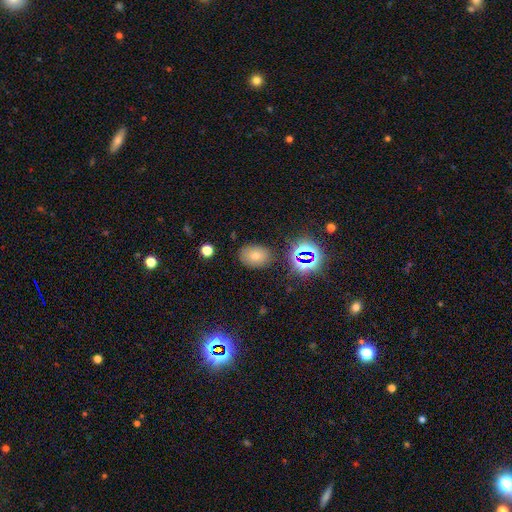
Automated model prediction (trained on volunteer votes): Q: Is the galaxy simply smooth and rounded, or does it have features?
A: smooth — 56%.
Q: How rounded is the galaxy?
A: in between — 68%.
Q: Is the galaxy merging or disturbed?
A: none — 84%.